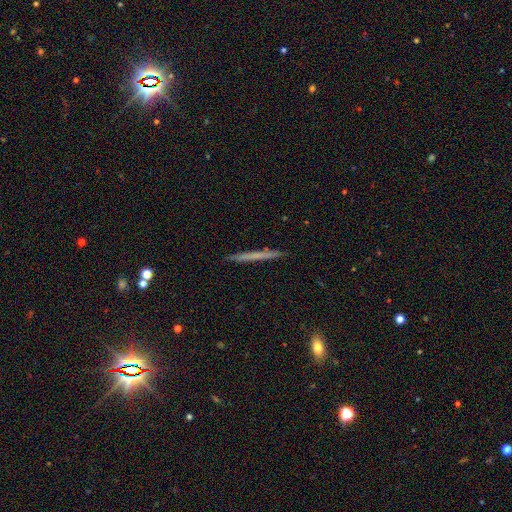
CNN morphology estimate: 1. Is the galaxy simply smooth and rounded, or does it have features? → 52% smooth, 40% featured or disk, 7% star or artifact.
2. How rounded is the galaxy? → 97% cigar-shaped, 2% in between, 2% round.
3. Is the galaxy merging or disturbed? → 92% none, 6% minor disturbance, 1% major disturbance, 1% merger.